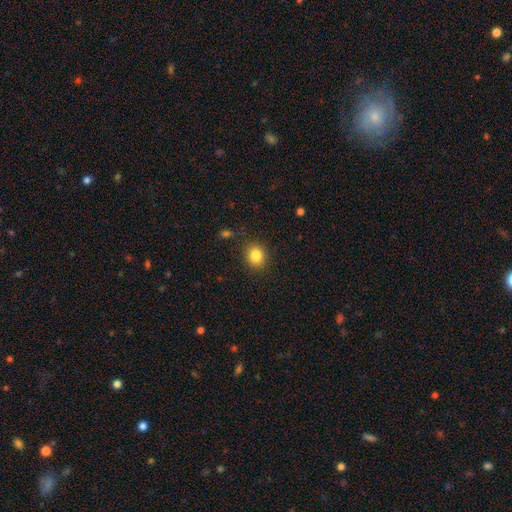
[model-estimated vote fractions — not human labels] This appears to be a smooth galaxy with no disk features (84%) that is round (77%). Merging: none (88%).